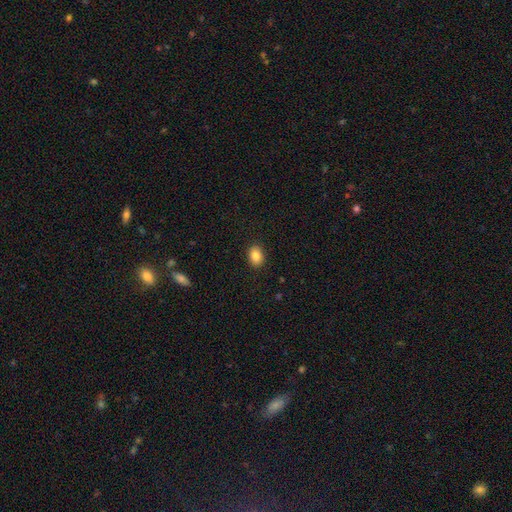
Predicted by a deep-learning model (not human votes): Smooth or featured: smooth — 85% (star or artifact — 9%)
How rounded: in between — 71% (round — 27%)
Merging: none — 90% (minor disturbance — 7%)